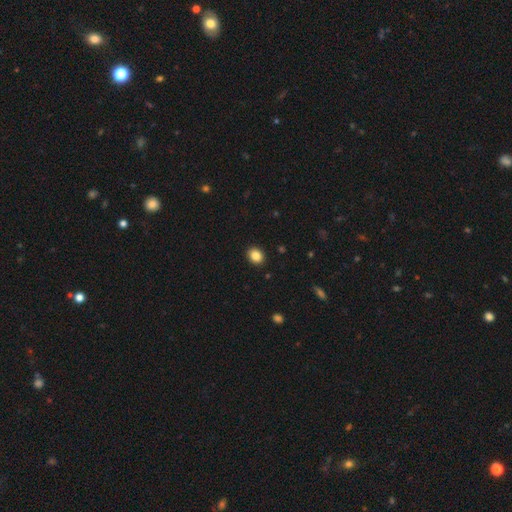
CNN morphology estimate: type=smooth (86%); roundness=round (55%); merging=none (91%).